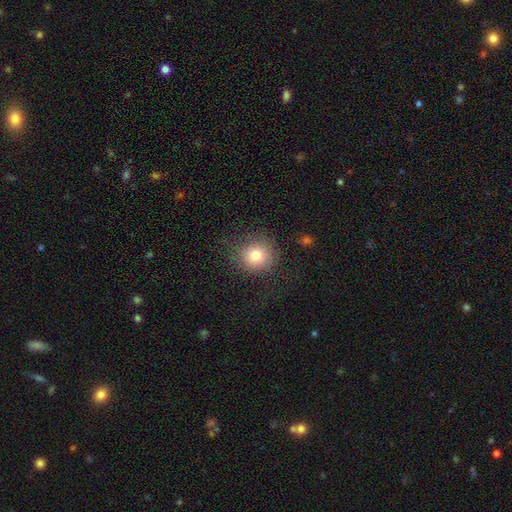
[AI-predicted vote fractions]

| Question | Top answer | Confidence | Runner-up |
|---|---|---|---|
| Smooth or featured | smooth | 79% | star or artifact (12%) |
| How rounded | round | 89% | in between (10%) |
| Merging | none | 80% | minor disturbance (12%) |